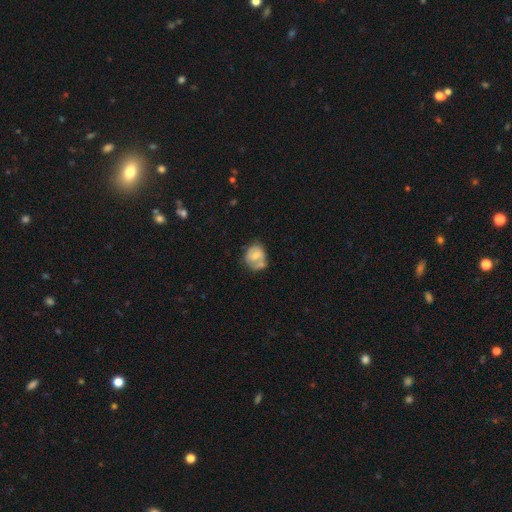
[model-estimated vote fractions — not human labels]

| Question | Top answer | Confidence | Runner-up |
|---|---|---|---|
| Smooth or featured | smooth | 47% | featured or disk (45%) |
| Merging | none | 43% | minor disturbance (28%) |